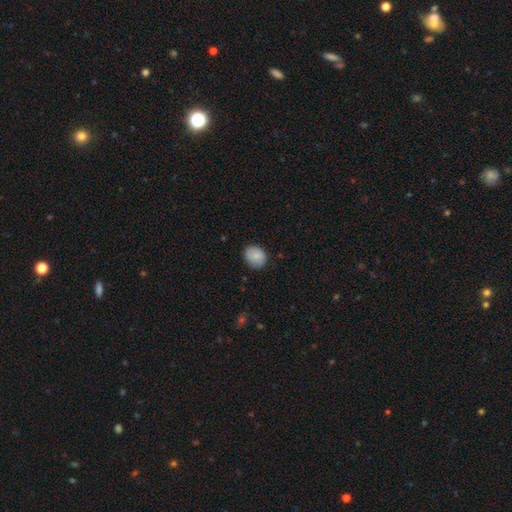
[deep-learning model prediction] Smooth or featured?
  - smooth: 86% *
  - star or artifact: 7%
  - featured or disk: 7%
How rounded?
  - round: 61% *
  - in between: 39%
  - cigar-shaped: 1%
Merging?
  - none: 82% *
  - minor disturbance: 14%
  - major disturbance: 3%
  - merger: 1%